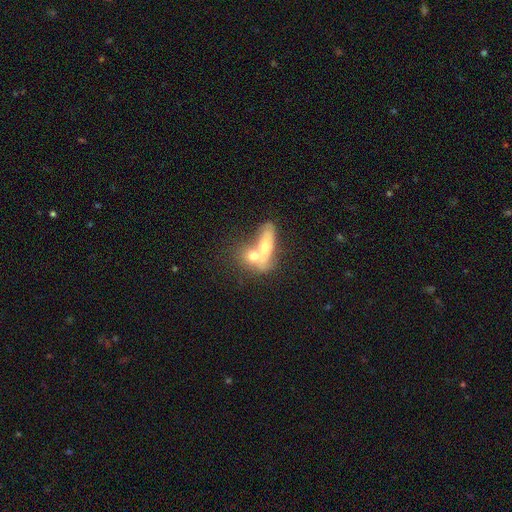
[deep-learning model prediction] smooth_or_featured: smooth (p=0.55) [alt: featured or disk p=0.36]
how_rounded: in between (p=0.54) [alt: cigar-shaped p=0.23]
merging: merger (p=0.67) [alt: none p=0.20]